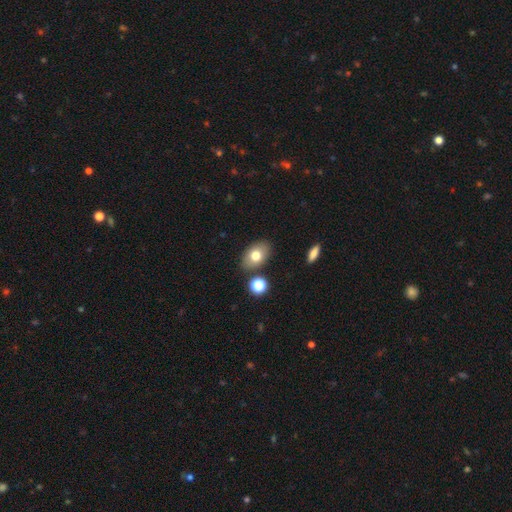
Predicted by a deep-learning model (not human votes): smooth 75%, featured or disk 16%, star or artifact 9%. Down the decision tree: how rounded — in between (84%); merging — none (81%).